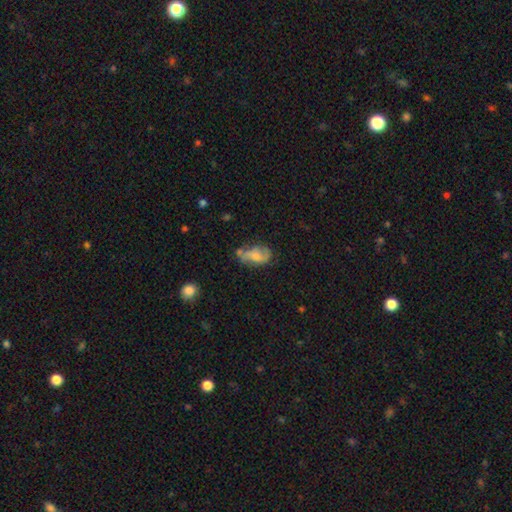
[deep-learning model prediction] smooth-or-featured: featured or disk: 47% | smooth: 44% | star or artifact: 9%
  merging: none: 42% | minor disturbance: 30% | major disturbance: 16% | merger: 12%